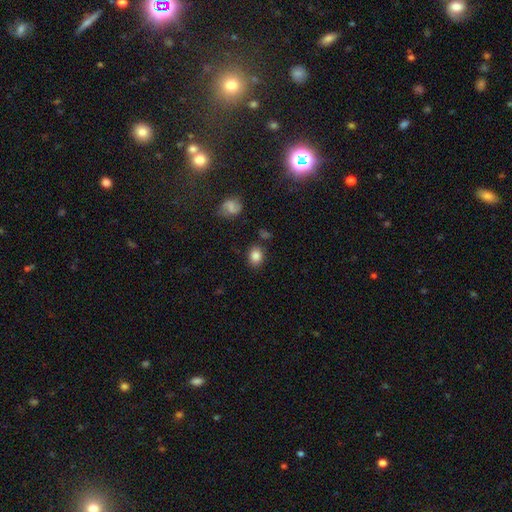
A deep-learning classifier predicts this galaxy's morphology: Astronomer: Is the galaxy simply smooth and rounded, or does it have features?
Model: smooth — 84%.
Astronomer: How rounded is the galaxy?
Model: round — 50% (runner-up: in between, 49%).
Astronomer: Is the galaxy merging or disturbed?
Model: none — 80%.